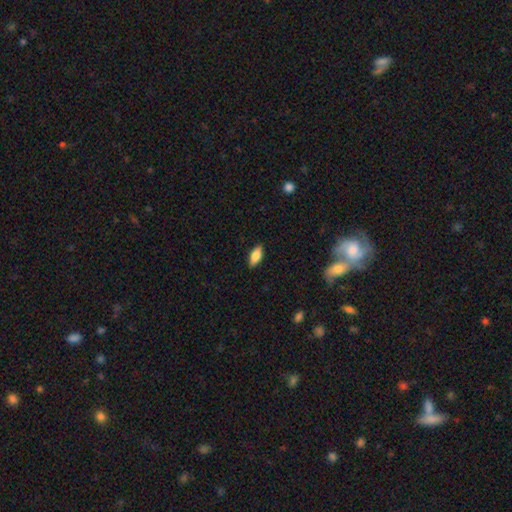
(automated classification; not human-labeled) Q: Smooth or featured?
A: smooth (82%); runner-up: featured or disk (11%)
Q: How rounded?
A: in between (84%); runner-up: cigar-shaped (13%)
Q: Merging?
A: none (88%); runner-up: minor disturbance (9%)